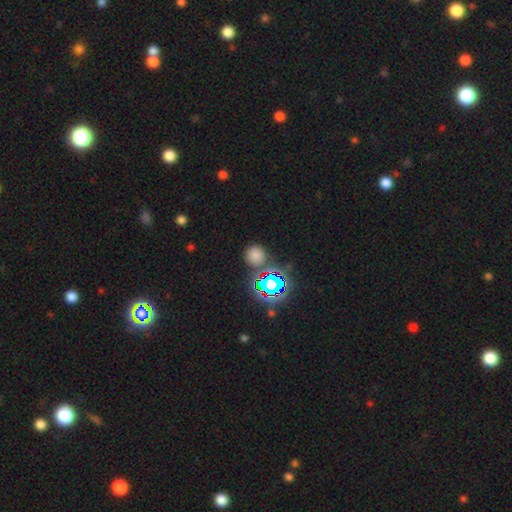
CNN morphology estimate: A smooth galaxy with no disk features (63%) that is round (89%). Merging: none (79%).